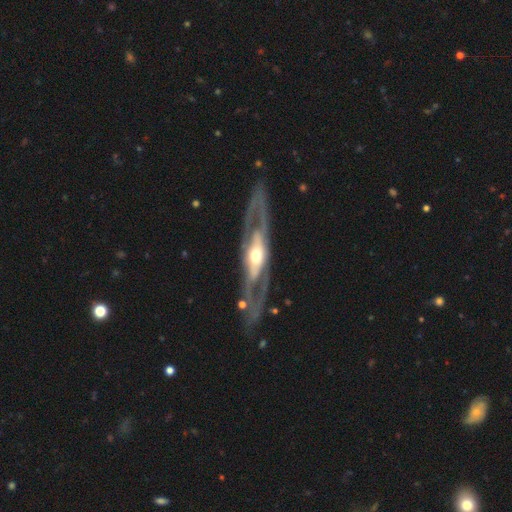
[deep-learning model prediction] smooth-or-featured: featured or disk: 82% | smooth: 14% | star or artifact: 4%
  disk-edge-on: no: 69% | yes: 31%
    bar: no: 68% | weak: 19% | strong: 14%
    has-spiral-arms: yes: 54% | no: 46%
    bulge-size: moderate: 66% | large: 18% | small: 13% | dominant: 2% | none: 1%
  merging: none: 74% | minor disturbance: 13% | major disturbance: 10% | merger: 3%